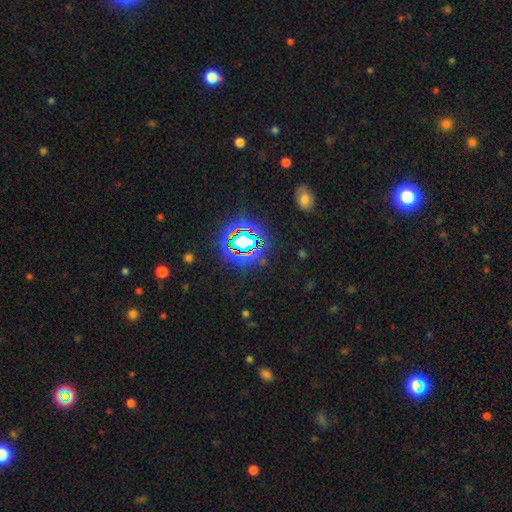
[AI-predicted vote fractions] Smooth or featured: star or artifact — 77% (smooth — 15%)